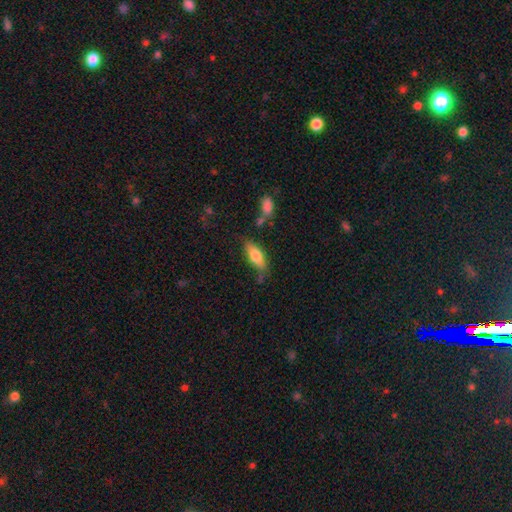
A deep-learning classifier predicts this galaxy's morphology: A smooth galaxy with no disk features (72%) that is in between round and cigar-shaped (70%). Merging: none (65%).